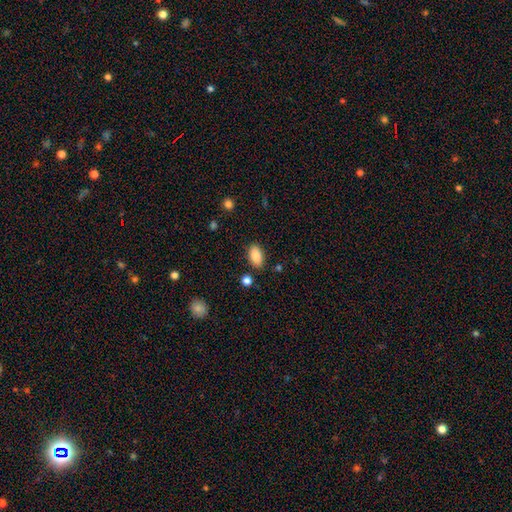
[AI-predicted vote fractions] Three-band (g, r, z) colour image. It shows a smooth galaxy with no disk features (88%) that is in between round and cigar-shaped (93%). Merging: none (84%).